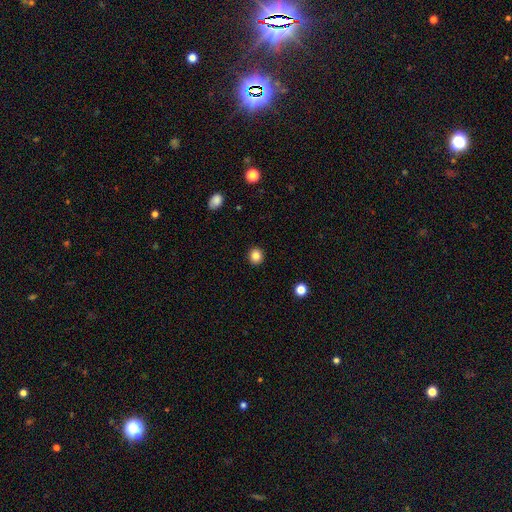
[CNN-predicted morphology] smooth-or-featured: smooth: 84% | star or artifact: 11% | featured or disk: 5%
  how-rounded: round: 89% | in between: 10% | cigar-shaped: 1%
  merging: none: 92% | minor disturbance: 5% | major disturbance: 2% | merger: 1%